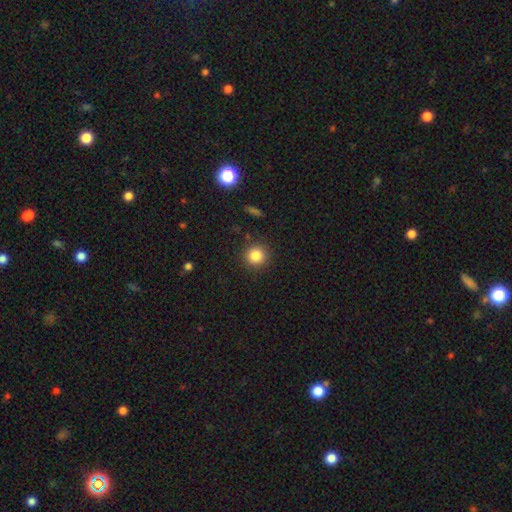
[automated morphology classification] Overall: smooth (84%). How rounded: round (94%). Merging: none (90%).